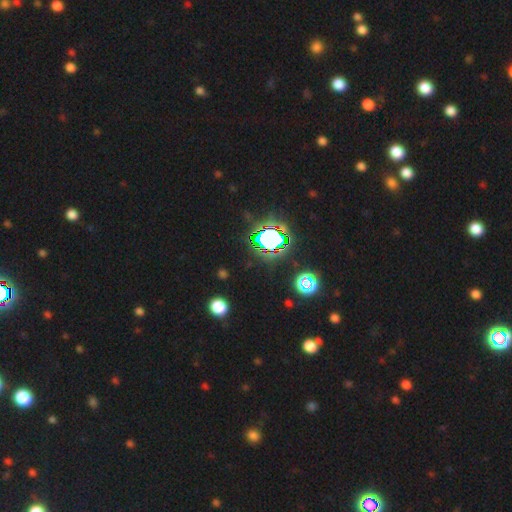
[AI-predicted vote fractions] Smooth or featured: star or artifact — 81% (smooth — 12%)